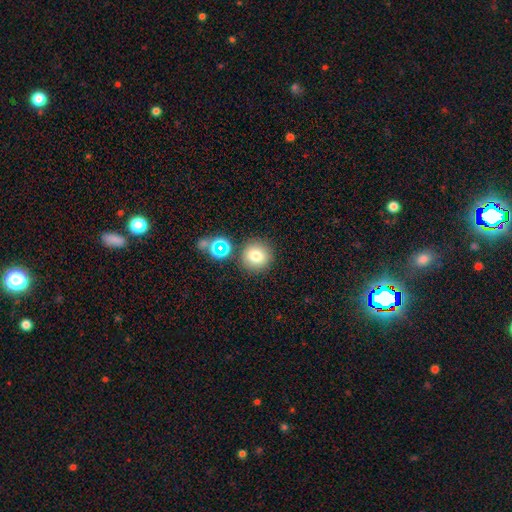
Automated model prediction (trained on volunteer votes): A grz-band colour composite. It shows a smooth galaxy with no disk features (78%) that is round (92%). Merging: none (78%).